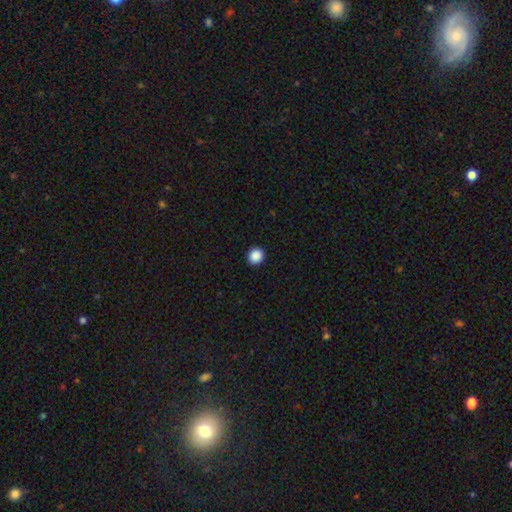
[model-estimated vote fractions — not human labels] Smooth or featured: smooth — 89% (star or artifact — 9%)
How rounded: round — 85% (in between — 14%)
Merging: none — 92% (minor disturbance — 5%)